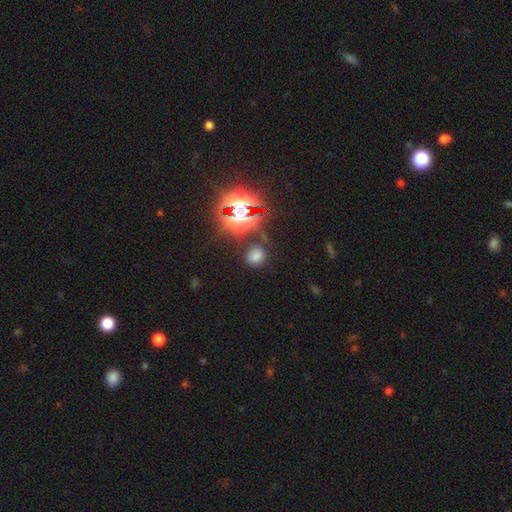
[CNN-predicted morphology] smooth-or-featured: smooth: 63% | star or artifact: 30% | featured or disk: 7%
  how-rounded: round: 70% | in between: 29% | cigar-shaped: 1%
  merging: none: 74% | minor disturbance: 14% | major disturbance: 6% | merger: 6%